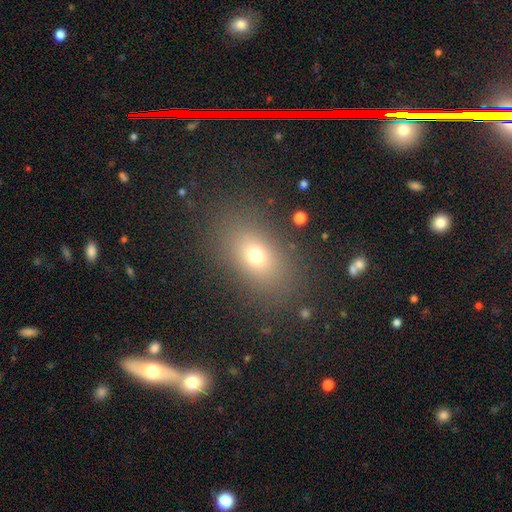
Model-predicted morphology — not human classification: Smooth or featured? Predicted: smooth (p=0.69). How rounded? Predicted: in between (p=0.76). Merging? Predicted: none (p=0.84).